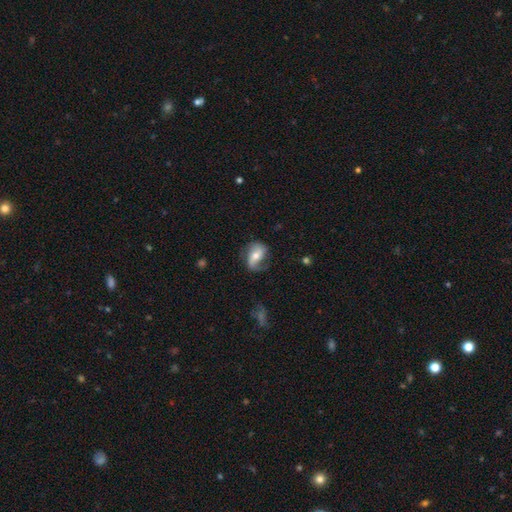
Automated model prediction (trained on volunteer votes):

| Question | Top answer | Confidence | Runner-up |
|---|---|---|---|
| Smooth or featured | featured or disk | 62% | smooth (30%) |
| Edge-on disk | no | 96% | yes (4%) |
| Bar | no | 44% | weak (32%) |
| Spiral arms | yes | 86% | no (14%) |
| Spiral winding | loose | 49% | medium (35%) |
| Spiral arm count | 2 | 65% | 1 (25%) |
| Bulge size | moderate | 59% | small (34%) |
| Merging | none | 56% | minor disturbance (25%) |